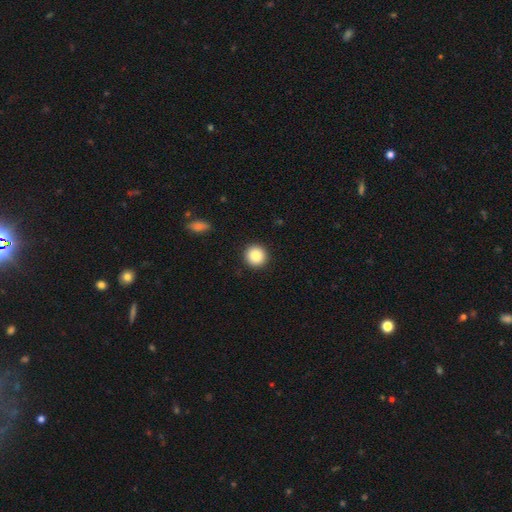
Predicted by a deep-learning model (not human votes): The model was most divided on "smooth or featured": smooth: 88%, star or artifact: 8%, featured or disk: 4%. More confident: how rounded — round (95%); merging — none (92%).